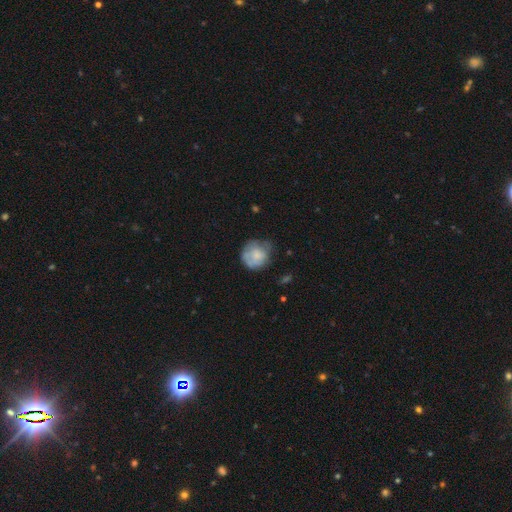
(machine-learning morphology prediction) Overall: smooth (65%; featured or disk 27%). How rounded: round (84%). Merging: none (53%; minor disturbance 31%).